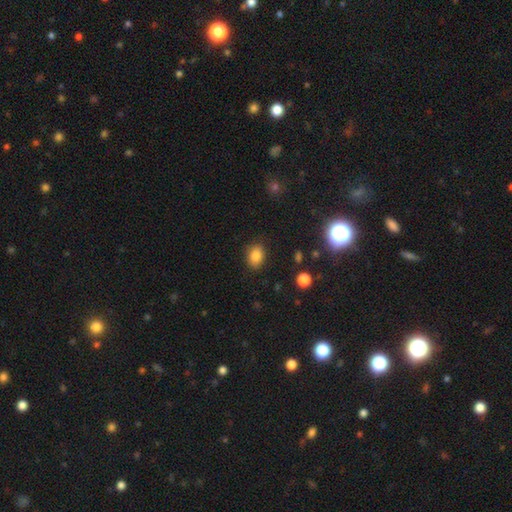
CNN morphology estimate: Q: Smooth or featured?
A: smooth (84%); runner-up: star or artifact (11%)
Q: How rounded?
A: in between (72%); runner-up: round (27%)
Q: Merging?
A: none (84%); runner-up: minor disturbance (11%)